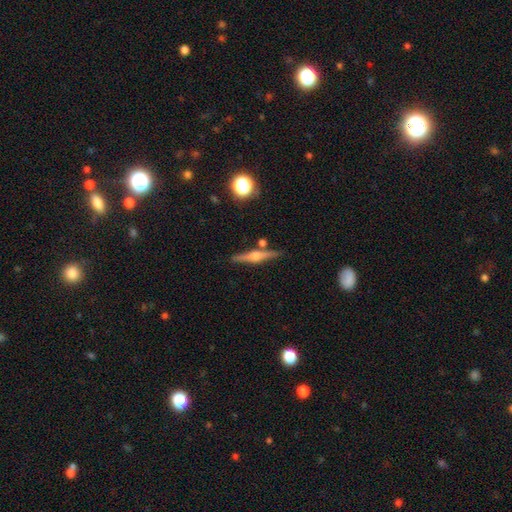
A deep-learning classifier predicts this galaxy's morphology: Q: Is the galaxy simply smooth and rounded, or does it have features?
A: featured or disk — 74%.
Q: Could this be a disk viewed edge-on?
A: yes — 97%.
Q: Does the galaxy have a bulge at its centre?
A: rounded — 92%.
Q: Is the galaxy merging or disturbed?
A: none — 85%.